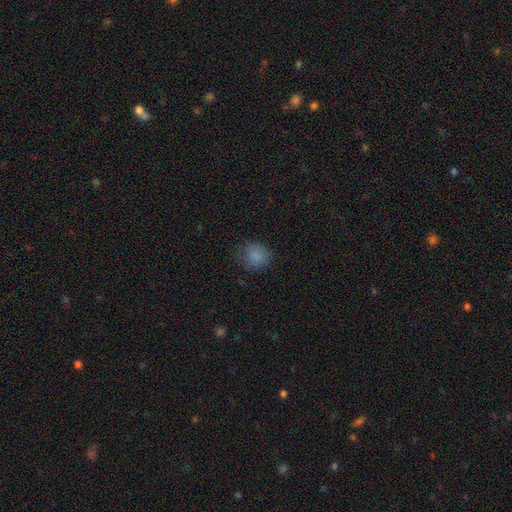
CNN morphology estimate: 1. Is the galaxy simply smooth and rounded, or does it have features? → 83% smooth, 11% star or artifact, 6% featured or disk.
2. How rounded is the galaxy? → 77% round, 22% in between, 1% cigar-shaped.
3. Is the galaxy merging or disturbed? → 69% none, 22% minor disturbance, 8% major disturbance, 1% merger.